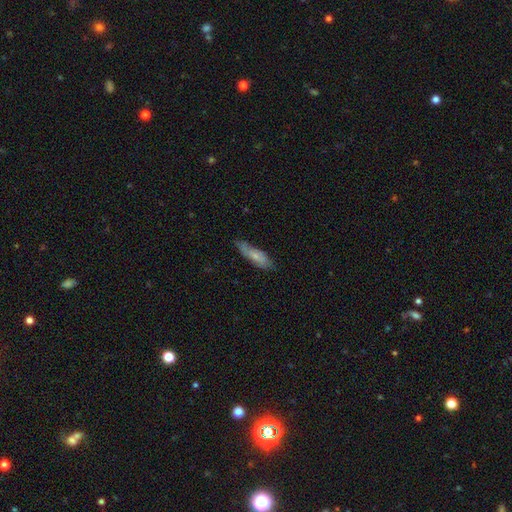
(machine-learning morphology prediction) Q: Smooth or featured?
A: smooth (62%); runner-up: featured or disk (32%)
Q: How rounded?
A: cigar-shaped (53%); runner-up: in between (45%)
Q: Merging?
A: none (66%); runner-up: minor disturbance (26%)